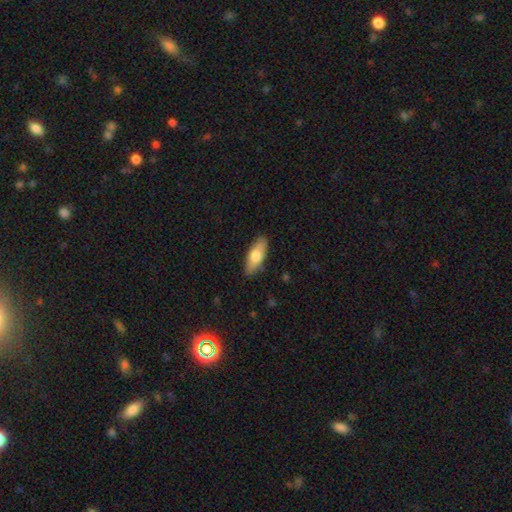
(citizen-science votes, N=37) Q: Smooth or featured?
A: smooth (78%); runner-up: featured or disk (22%)
Q: How rounded?
A: in between (76%); runner-up: cigar-shaped (24%)
Q: Merging?
A: none (81%); runner-up: minor disturbance (14%)